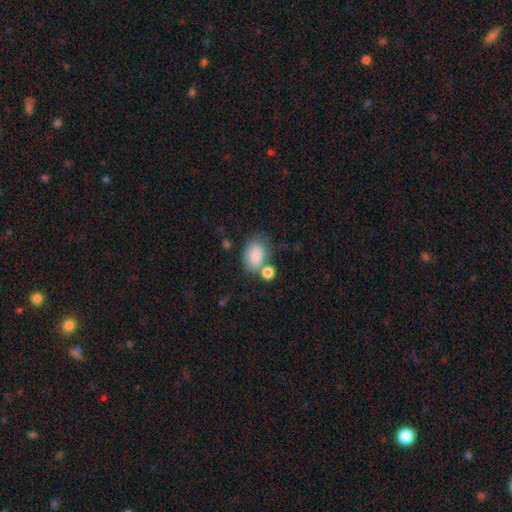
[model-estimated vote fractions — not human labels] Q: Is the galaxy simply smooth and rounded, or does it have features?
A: smooth — 82%.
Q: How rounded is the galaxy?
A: in between — 85%.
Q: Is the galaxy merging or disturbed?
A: none — 46%.